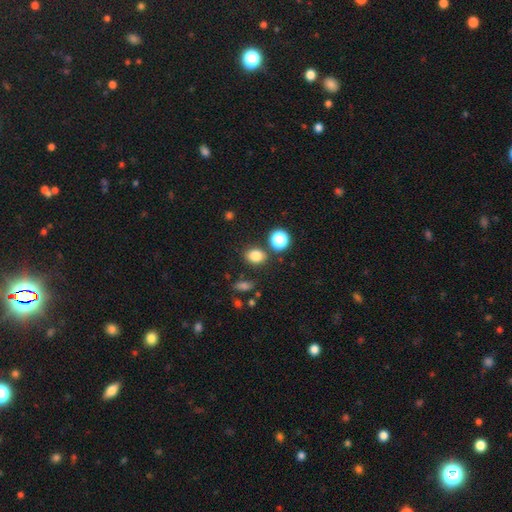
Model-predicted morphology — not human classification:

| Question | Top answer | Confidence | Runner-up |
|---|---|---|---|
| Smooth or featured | smooth | 80% | star or artifact (14%) |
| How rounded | in between | 56% | round (43%) |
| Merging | none | 78% | minor disturbance (11%) |